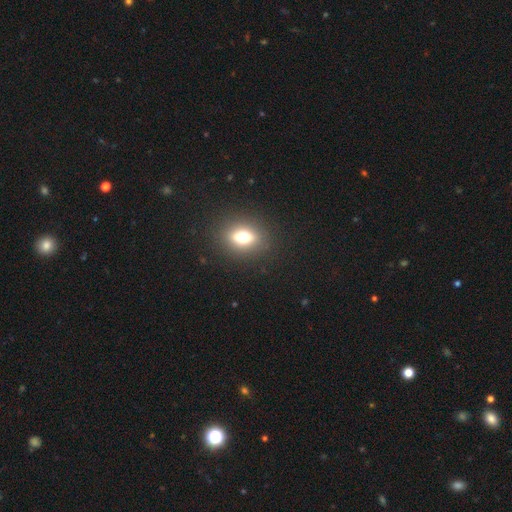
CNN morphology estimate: This appears to be a smooth galaxy with no disk features (69%) that is round (56%). Merging: none (92%).